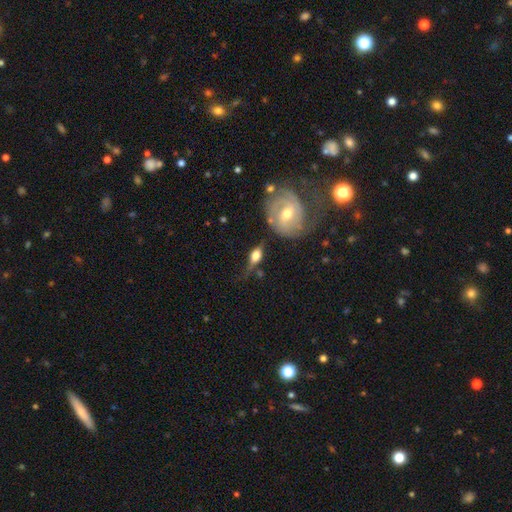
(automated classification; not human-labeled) Smooth or featured: smooth — 52% (featured or disk — 40%)
How rounded: in between — 68% (cigar-shaped — 17%)
Merging: none — 43% (minor disturbance — 28%)